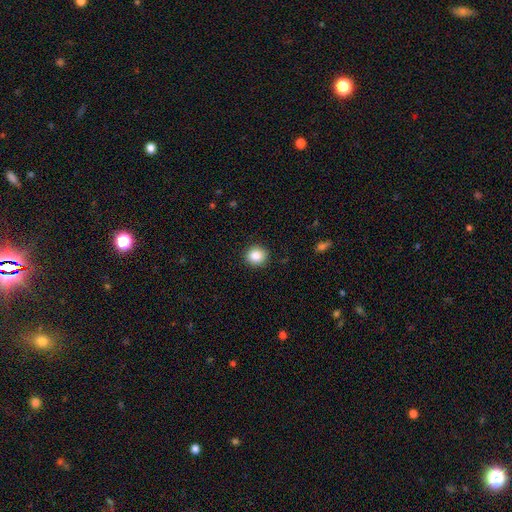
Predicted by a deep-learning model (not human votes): Smooth or featured?
  - smooth: 86% *
  - star or artifact: 9%
  - featured or disk: 4%
How rounded?
  - round: 89% *
  - in between: 10%
  - cigar-shaped: 1%
Merging?
  - none: 91% *
  - minor disturbance: 6%
  - major disturbance: 2%
  - merger: 1%